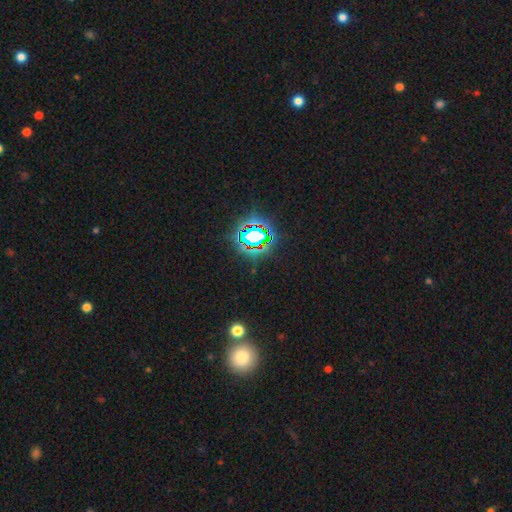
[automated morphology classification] This is likely a star or artifact rather than a galaxy (79%).